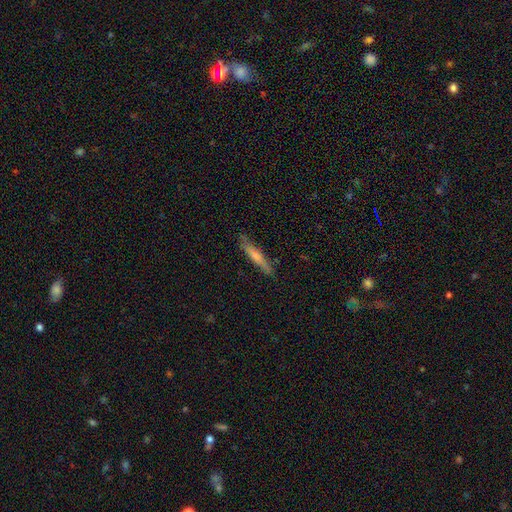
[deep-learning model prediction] This appears to be a smooth galaxy with no disk features (51%) that is cigar-shaped (93%). Merging: none (86%).